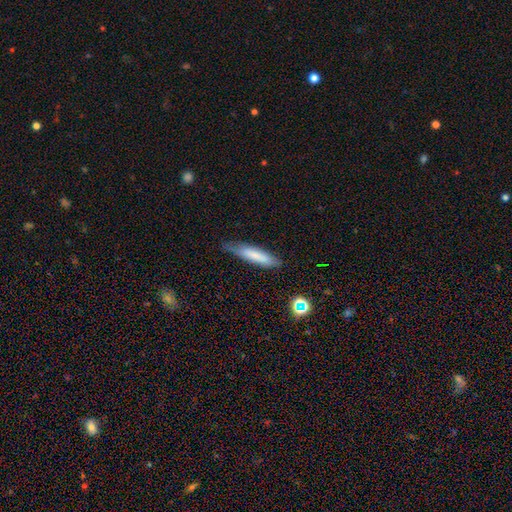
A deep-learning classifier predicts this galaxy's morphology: smooth 73%, featured or disk 20%, star or artifact 7%. Down the decision tree: how rounded — cigar-shaped (82%); merging — none (73%).